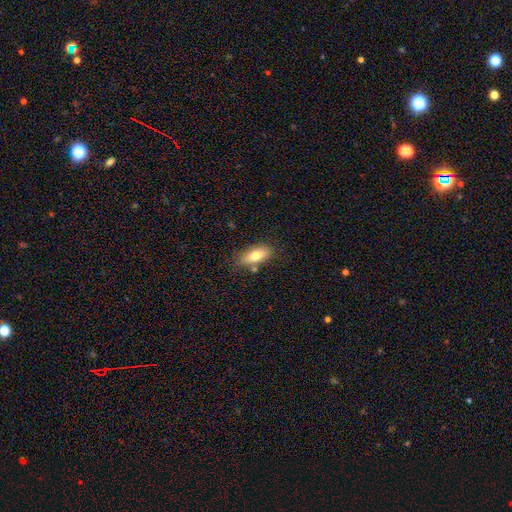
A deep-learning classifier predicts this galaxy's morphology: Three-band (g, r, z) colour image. It shows a smooth galaxy with no disk features (72%) that is in between round and cigar-shaped (75%). Merging: none (76%).